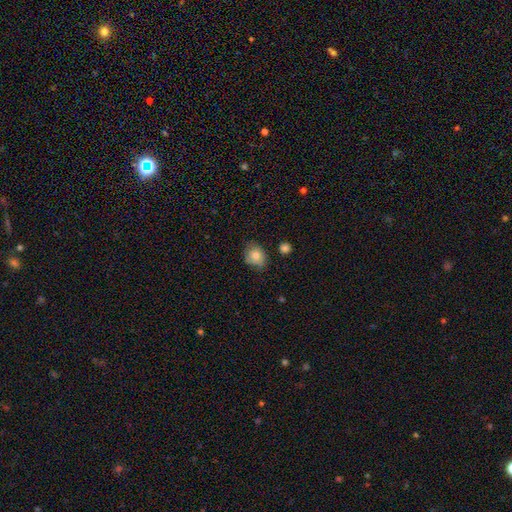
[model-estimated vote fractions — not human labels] A smooth galaxy with no disk features (77%) that is round (60%). Merging: none (67%).